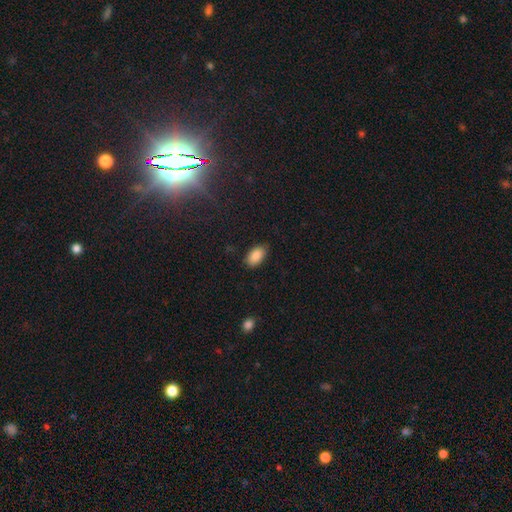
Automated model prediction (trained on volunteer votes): smooth 87%, star or artifact 8%, featured or disk 5%. Down the decision tree: how rounded — in between (93%); merging — none (83%).